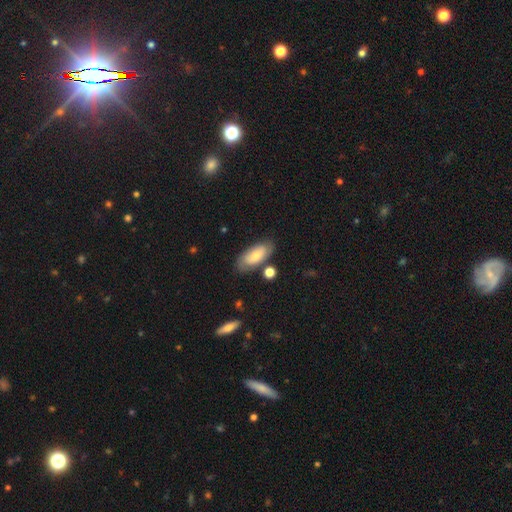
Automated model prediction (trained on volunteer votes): Smooth or featured?
  - smooth: 62% *
  - featured or disk: 31%
  - star or artifact: 7%
How rounded?
  - in between: 87% *
  - cigar-shaped: 10%
  - round: 3%
Merging?
  - none: 74% *
  - minor disturbance: 16%
  - merger: 6%
  - major disturbance: 4%